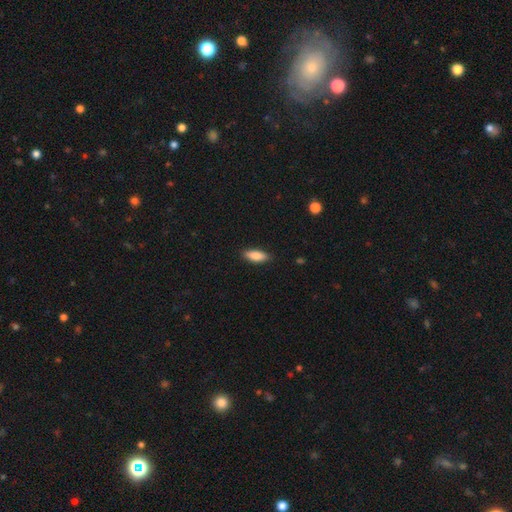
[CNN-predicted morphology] The model was most divided on "how rounded": in between: 69%, cigar-shaped: 28%, round: 2%. More confident: merging — none (87%); smooth or featured — smooth (84%).